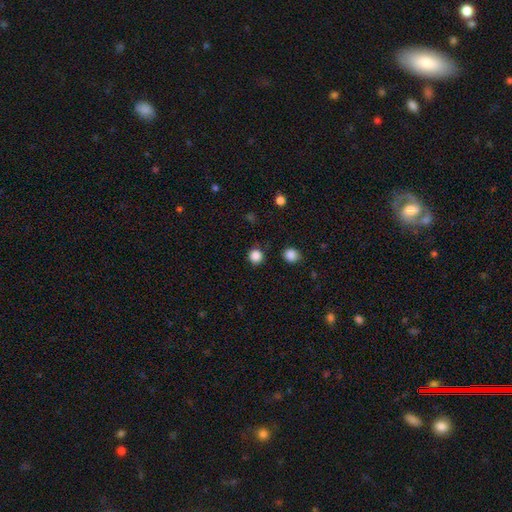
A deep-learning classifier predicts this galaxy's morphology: A smooth galaxy with no disk features (86%) that is round (94%).

Vote fractions:
- Smooth or featured? smooth: 86% / star or artifact: 12% / featured or disk: 3%
- How rounded? round: 94% / in between: 6% / cigar-shaped: 1%
- Merging? none: 87% / minor disturbance: 8% / major disturbance: 3% / merger: 3%